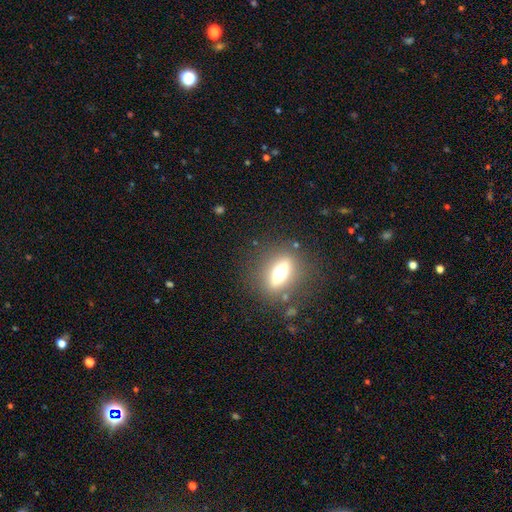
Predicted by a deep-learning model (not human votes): This is marginally a smooth galaxy (44%). Merging: clearly none (83%).